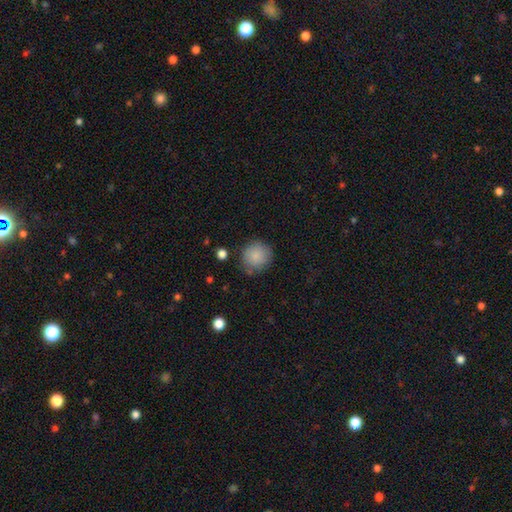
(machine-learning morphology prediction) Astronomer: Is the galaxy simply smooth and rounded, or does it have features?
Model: smooth — 86%.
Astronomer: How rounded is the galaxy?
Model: round — 91%.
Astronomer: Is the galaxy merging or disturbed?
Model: none — 78%.